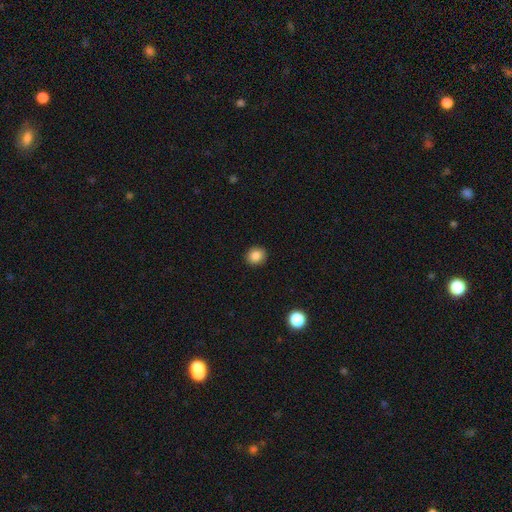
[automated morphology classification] Smooth or featured? smooth (86%)
How rounded? round (79%)
Merging? none (91%)